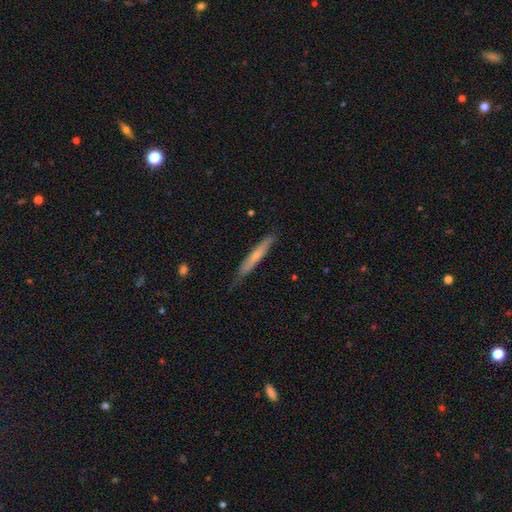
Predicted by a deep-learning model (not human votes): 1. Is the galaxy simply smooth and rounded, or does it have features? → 50% smooth, 44% featured or disk, 6% star or artifact.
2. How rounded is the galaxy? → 94% cigar-shaped, 4% in between, 1% round.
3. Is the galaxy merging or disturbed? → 77% none, 19% minor disturbance, 3% major disturbance, 1% merger.